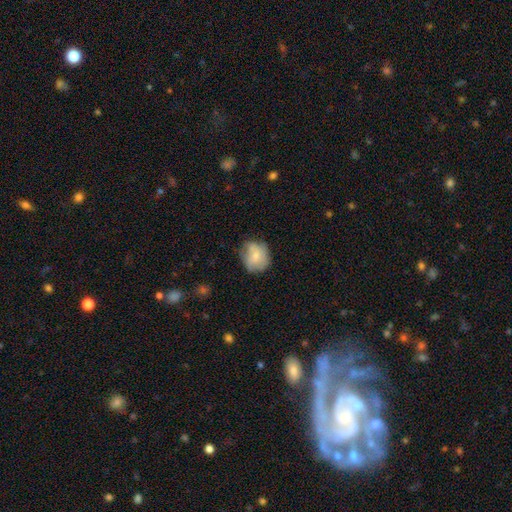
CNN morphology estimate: The model was most divided on "merging": none: 61%, minor disturbance: 28%, major disturbance: 8%, merger: 2%. More confident: how rounded — round (74%); smooth or featured — smooth (68%).